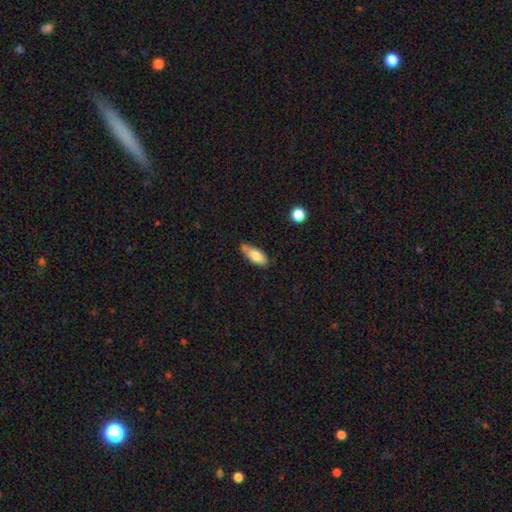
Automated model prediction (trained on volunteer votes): This is likely a smooth galaxy (78%). How rounded: clearly in between (81%). Merging: likely none (61%).